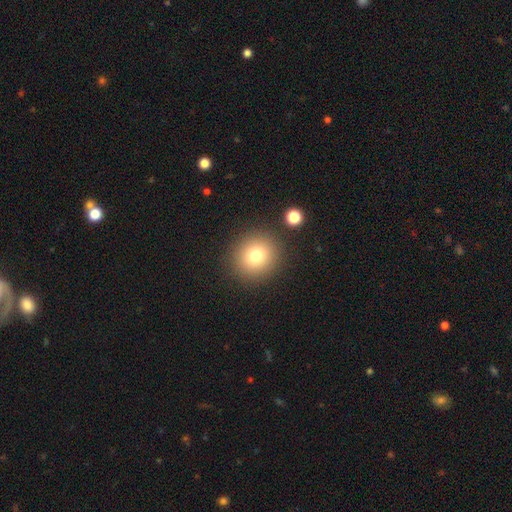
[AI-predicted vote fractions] The model was most divided on "smooth or featured": smooth: 78%, star or artifact: 13%, featured or disk: 9%. More confident: merging — none (88%); how rounded — round (87%).